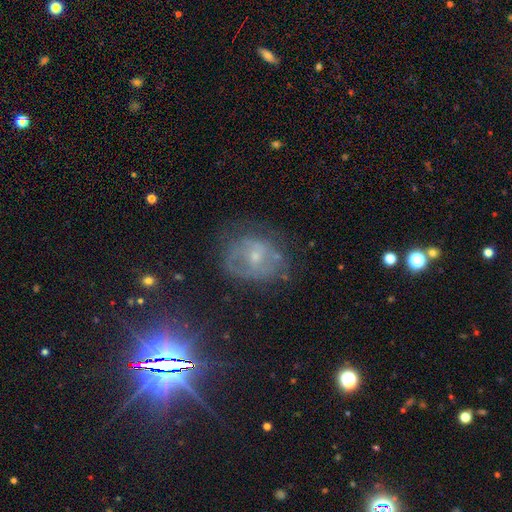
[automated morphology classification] smooth_or_featured: featured or disk (p=0.57) [alt: smooth p=0.27]
disk_edge_on: no (p=0.96) [alt: yes p=0.04]
bar: no (p=0.59) [alt: weak p=0.32]
has_spiral_arms: yes (p=0.52) [alt: no p=0.48]
bulge_size: small (p=0.63) [alt: moderate p=0.29]
merging: none (p=0.54) [alt: minor disturbance p=0.24]